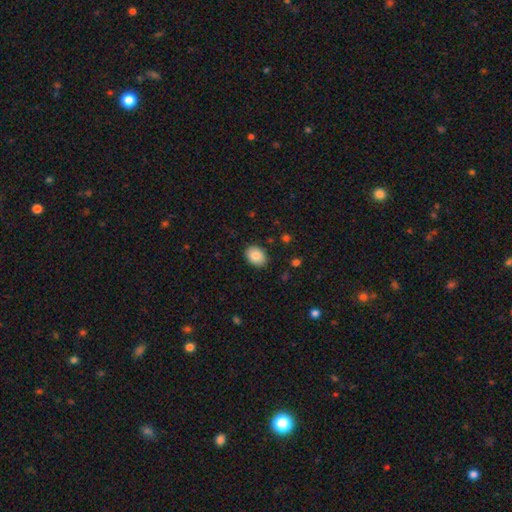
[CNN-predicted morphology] A smooth galaxy with no disk features (87%) that is in between round and cigar-shaped (64%). Merging: none (87%).